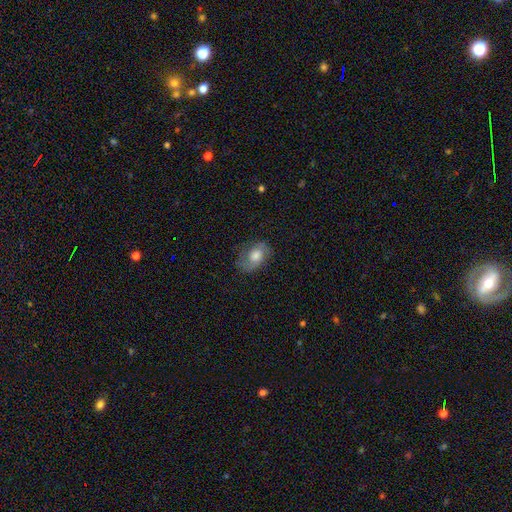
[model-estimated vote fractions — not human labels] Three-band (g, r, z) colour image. It shows a smooth galaxy with no disk features (48%). Merging: none (68%).